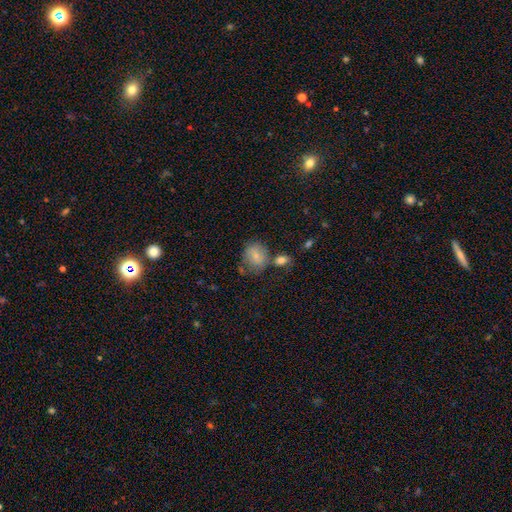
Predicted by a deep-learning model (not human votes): Smooth or featured? smooth (74%)
How rounded? round (60%)
Merging? none (53%)